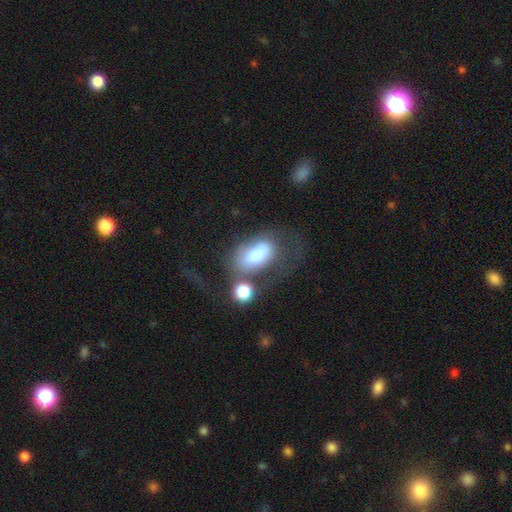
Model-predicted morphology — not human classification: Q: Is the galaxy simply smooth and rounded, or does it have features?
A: smooth — 66%.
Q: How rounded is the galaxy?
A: in between — 89%.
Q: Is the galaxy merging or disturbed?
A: none — 31%.